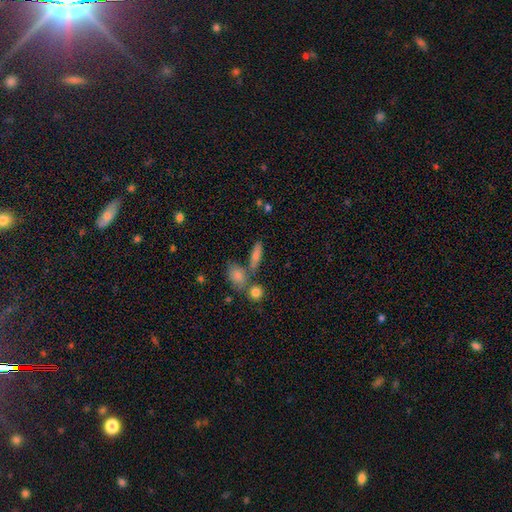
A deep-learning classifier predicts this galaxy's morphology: The model was most divided on "how rounded": in between: 48%, cigar-shaped: 45%, round: 7%. More confident: smooth or featured — smooth (66%); merging — none (61%).